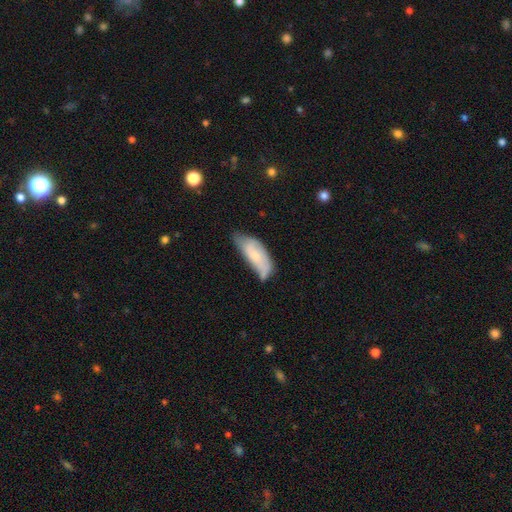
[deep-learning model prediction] Smooth or featured? smooth (63%)
How rounded? in between (76%)
Merging? minor disturbance (42%)